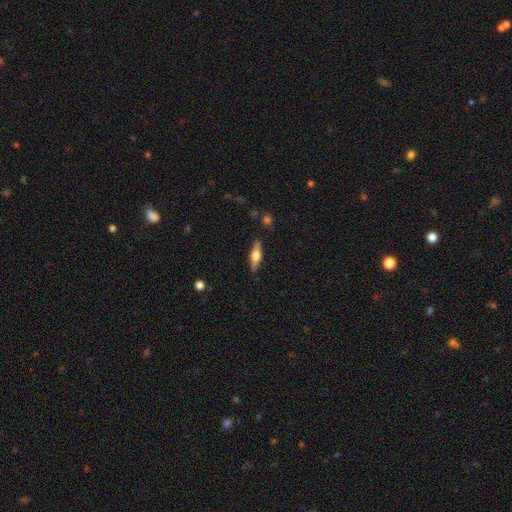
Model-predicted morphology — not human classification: A featured or disk galaxy (57%) viewed edge-on (94%) with a rounded central bulge (92%). Merging: none (87%).